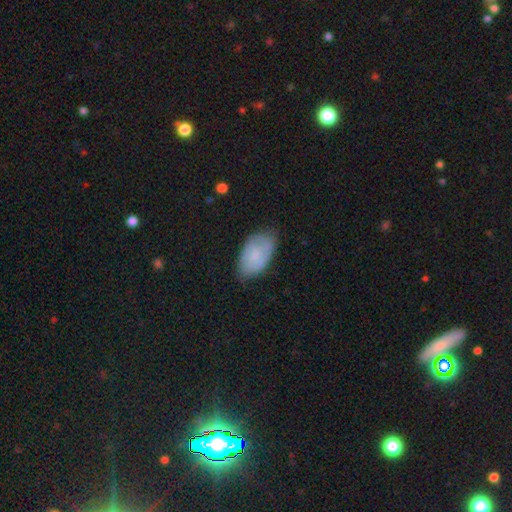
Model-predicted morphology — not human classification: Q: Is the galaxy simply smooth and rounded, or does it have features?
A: smooth — 56%.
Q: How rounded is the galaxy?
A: in between — 93%.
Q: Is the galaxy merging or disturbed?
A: none — 68%.